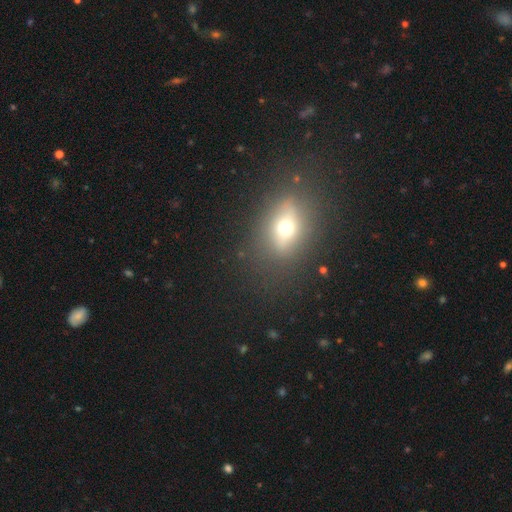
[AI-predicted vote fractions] Morphology: type=smooth (56%); roundness=in between (70%); merging=none (85%).